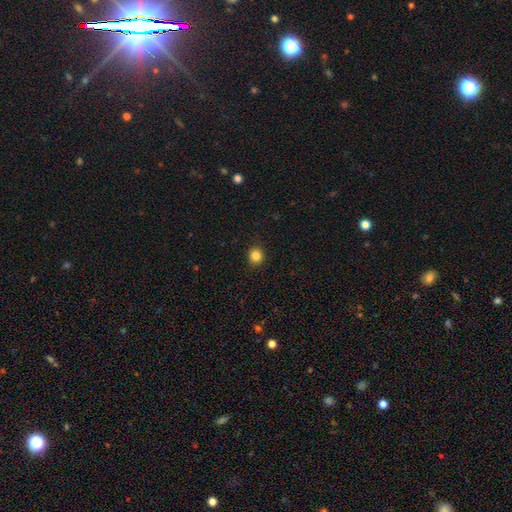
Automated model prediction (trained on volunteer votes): The model was most divided on "how rounded": round: 86%, in between: 13%, cigar-shaped: 1%. More confident: merging — none (90%); smooth or featured — smooth (84%).